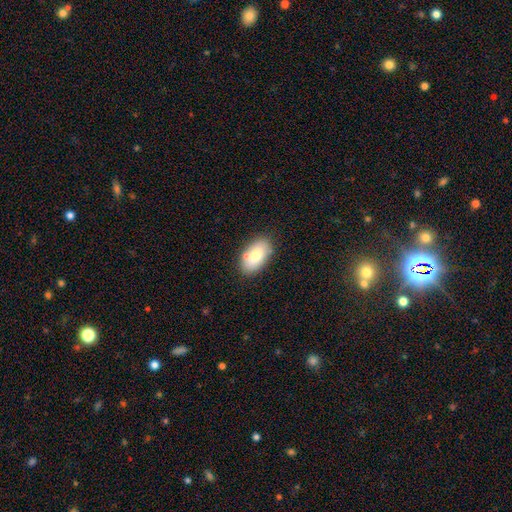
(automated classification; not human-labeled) Smooth or featured: smooth — 77% (featured or disk — 16%)
How rounded: in between — 93% (round — 5%)
Merging: none — 77% (minor disturbance — 14%)